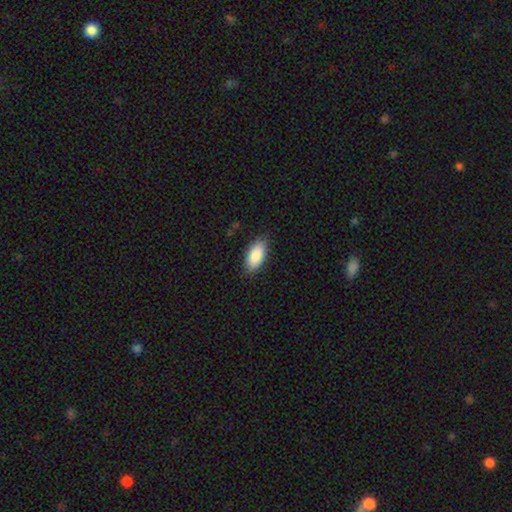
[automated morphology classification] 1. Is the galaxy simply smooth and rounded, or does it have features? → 89% smooth, 6% star or artifact, 6% featured or disk.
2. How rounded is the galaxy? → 91% in between, 7% cigar-shaped, 2% round.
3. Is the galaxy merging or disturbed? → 86% none, 11% minor disturbance, 2% major disturbance, 1% merger.